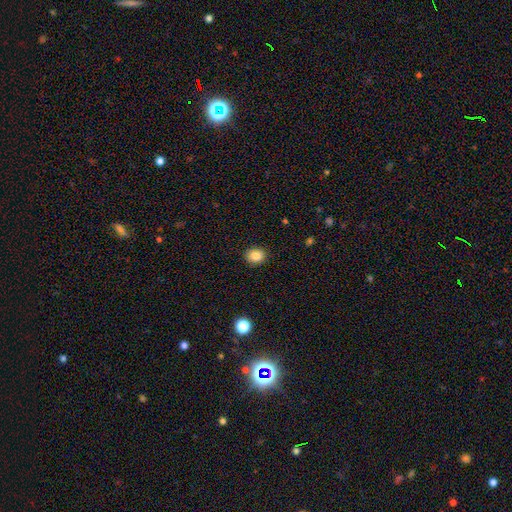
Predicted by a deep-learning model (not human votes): A smooth galaxy with no disk features (85%) that is round (64%).

Vote fractions:
- Smooth or featured? smooth: 85% / star or artifact: 10% / featured or disk: 5%
- How rounded? round: 64% / in between: 36% / cigar-shaped: 1%
- Merging? none: 91% / minor disturbance: 7% / major disturbance: 2% / merger: 1%